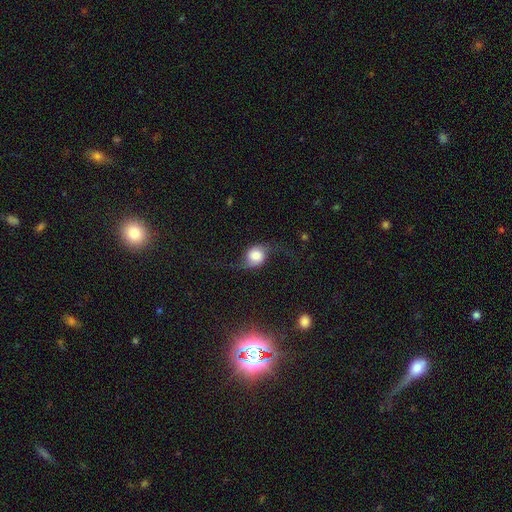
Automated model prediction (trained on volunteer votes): smooth-or-featured: featured or disk: 60% | smooth: 30% | star or artifact: 10%
  disk-edge-on: no: 92% | yes: 8%
    bar: no: 69% | weak: 24% | strong: 7%
    has-spiral-arms: yes: 93% | no: 7%
      spiral-winding: loose: 89% | medium: 9% | tight: 2%
      spiral-arm-count: 2: 92% | 1: 3% | can't tell: 2% | 3: 1% | 4: 1% | more than 4: 1%
    bulge-size: dominant: 39% | large: 35% | moderate: 16% | small: 7% | none: 4%
  merging: none: 61% | major disturbance: 18% | minor disturbance: 18% | merger: 3%